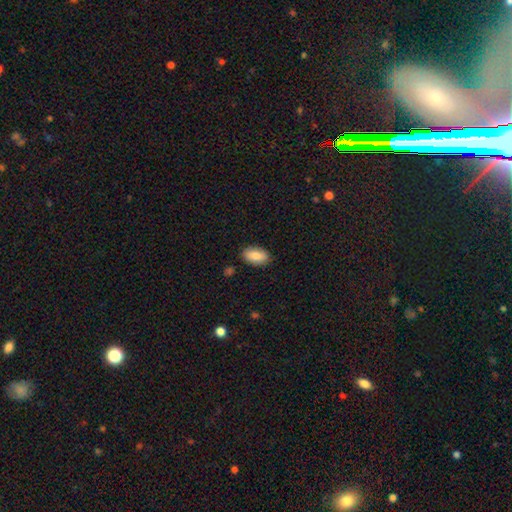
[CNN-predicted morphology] Smooth or featured? smooth (85%)
How rounded? in between (92%)
Merging? none (87%)